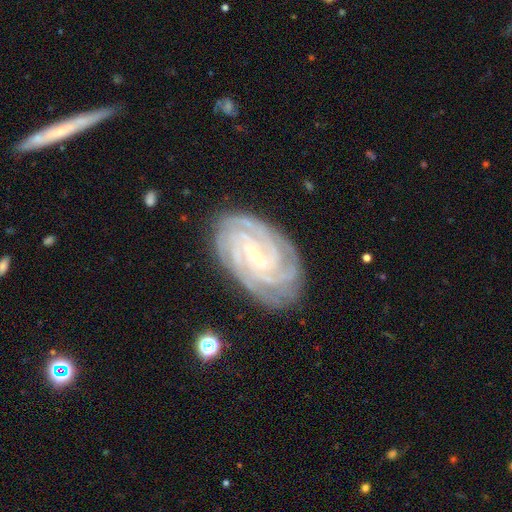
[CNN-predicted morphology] A featured or disk galaxy (91%) with a weak bar (47%), 4 (39%) tight (81%) spiral arms (99%) and a small central bulge (78%). Merging: none (83%).